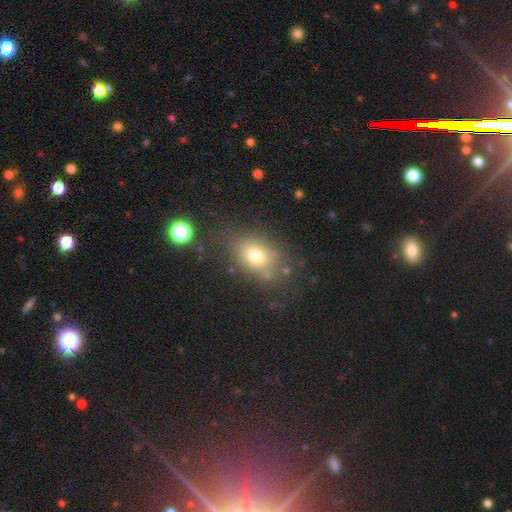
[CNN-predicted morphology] Overall: smooth (72%). How rounded: in between (70%). Merging: none (71%).